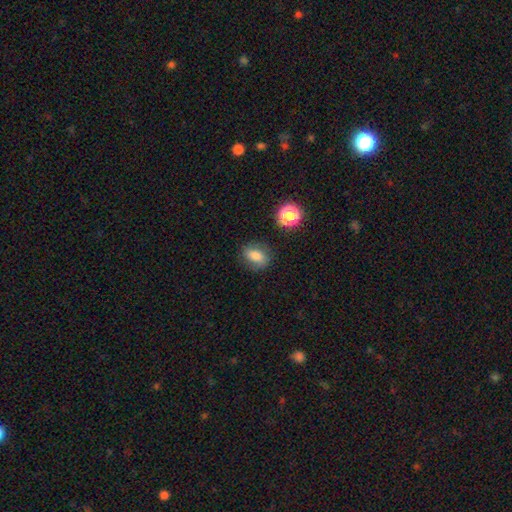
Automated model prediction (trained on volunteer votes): Morphology: type=smooth (74%); roundness=in between (67%); merging=none (78%).